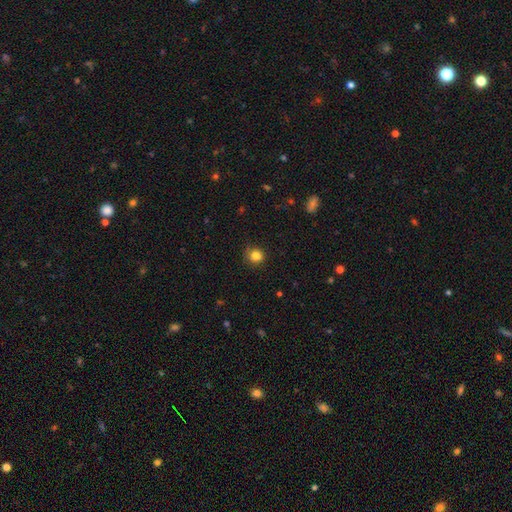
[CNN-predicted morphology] Smooth or featured: smooth — 83% (star or artifact — 12%)
How rounded: round — 89% (in between — 11%)
Merging: none — 84% (minor disturbance — 13%)